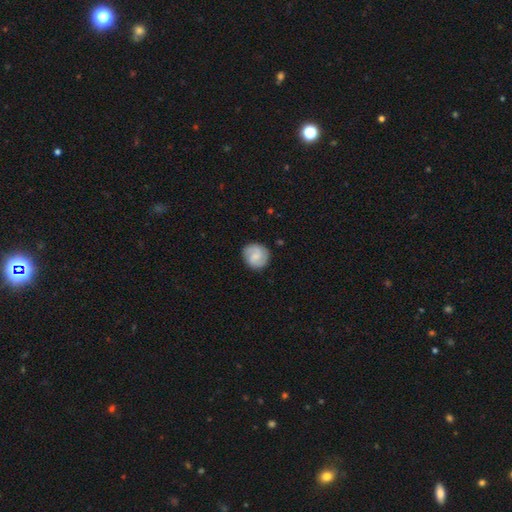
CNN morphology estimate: Smooth or featured? Predicted: featured or disk (p=0.58). Edge-on disk? Predicted: no (p=0.98). Bar? Predicted: weak (p=0.48). Spiral arms? Predicted: yes (p=0.93). Spiral winding? Predicted: medium (p=0.44). Spiral arm count? Predicted: 2 (p=0.82). Bulge size? Predicted: small (p=0.50). Merging? Predicted: none (p=0.85).